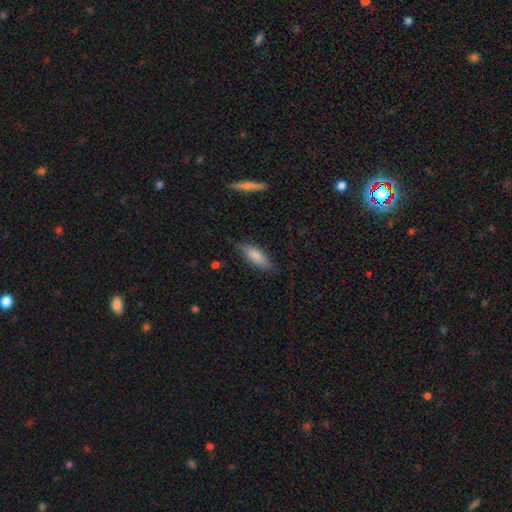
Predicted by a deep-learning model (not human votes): A smooth galaxy with no disk features (78%) that is in between round and cigar-shaped (56%).

Vote fractions:
- Smooth or featured? smooth: 78% / featured or disk: 15% / star or artifact: 7%
- How rounded? in between: 56% / cigar-shaped: 42% / round: 2%
- Merging? none: 75% / minor disturbance: 19% / major disturbance: 4% / merger: 2%